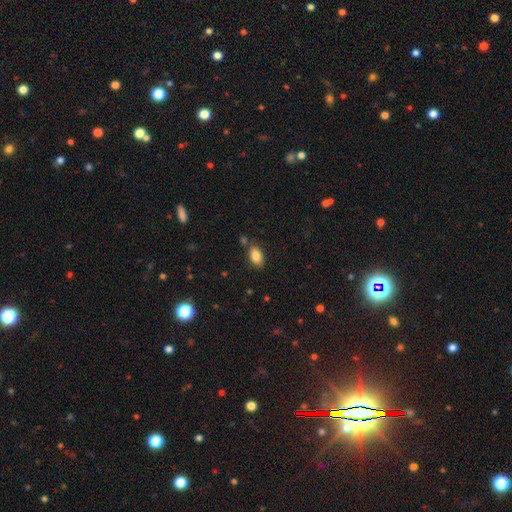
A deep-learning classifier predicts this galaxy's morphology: Smooth or featured? smooth (86%)
How rounded? in between (91%)
Merging? none (78%)